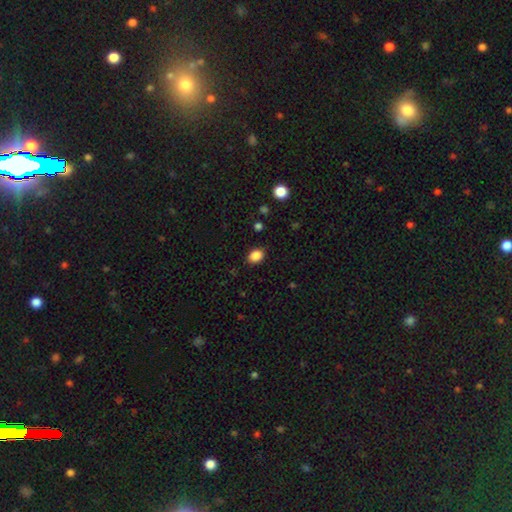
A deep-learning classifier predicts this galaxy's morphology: This is clearly a smooth galaxy (87%). How rounded: likely in between (66%). Merging: clearly none (86%).